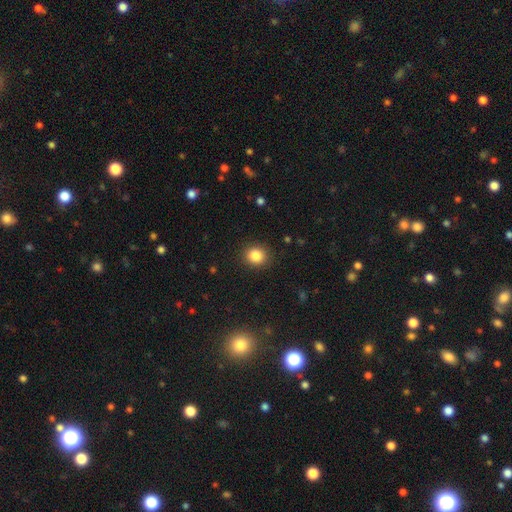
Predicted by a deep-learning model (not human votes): smooth_or_featured: smooth (p=0.84) [alt: star or artifact p=0.11]
how_rounded: round (p=0.85) [alt: in between p=0.14]
merging: none (p=0.90) [alt: minor disturbance p=0.07]